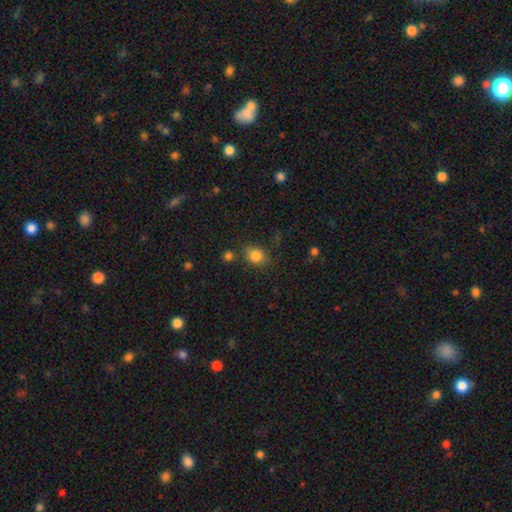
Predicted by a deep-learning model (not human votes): A smooth galaxy with no disk features (82%) that is round (53%).

Vote fractions:
- Smooth or featured? smooth: 82% / star or artifact: 11% / featured or disk: 7%
- How rounded? round: 53% / in between: 46% / cigar-shaped: 1%
- Merging? none: 72% / minor disturbance: 18% / merger: 5% / major disturbance: 5%